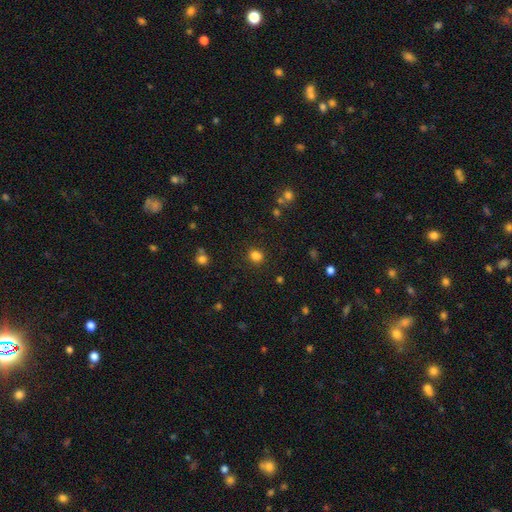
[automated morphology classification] The model was most divided on "how rounded": round: 64%, in between: 35%, cigar-shaped: 1%. More confident: merging — none (83%); smooth or featured — smooth (82%).